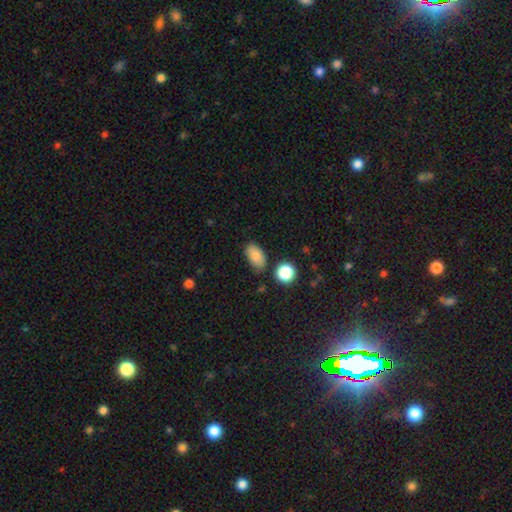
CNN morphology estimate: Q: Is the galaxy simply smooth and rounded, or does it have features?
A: smooth — 81%.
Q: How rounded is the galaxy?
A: in between — 89%.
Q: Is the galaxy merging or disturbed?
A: none — 74%.